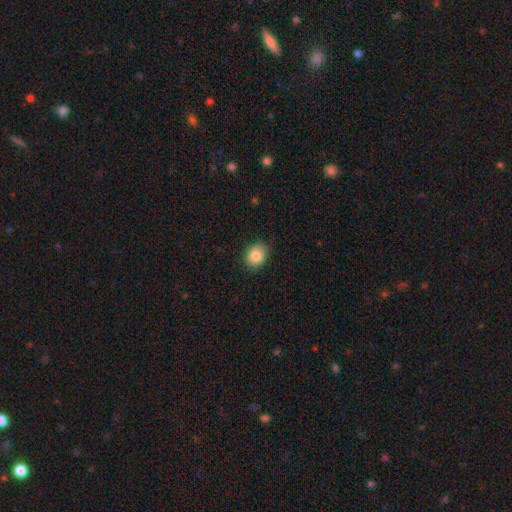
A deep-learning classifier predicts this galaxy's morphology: smooth_or_featured: smooth (p=0.85) [alt: star or artifact p=0.09]
how_rounded: round (p=0.53) [alt: in between p=0.46]
merging: none (p=0.82) [alt: minor disturbance p=0.15]